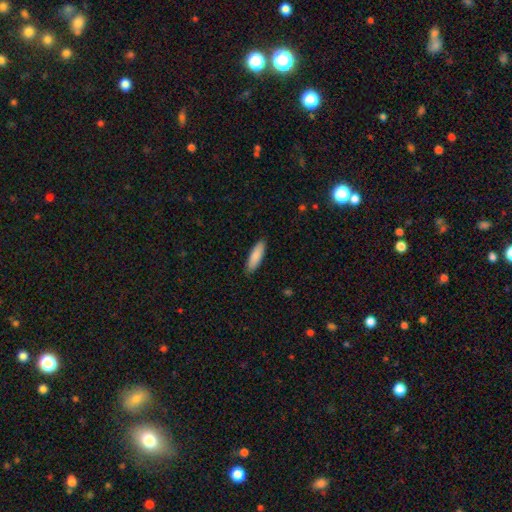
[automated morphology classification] A smooth galaxy with no disk features (87%) that is cigar-shaped (57%). Merging: none (89%).